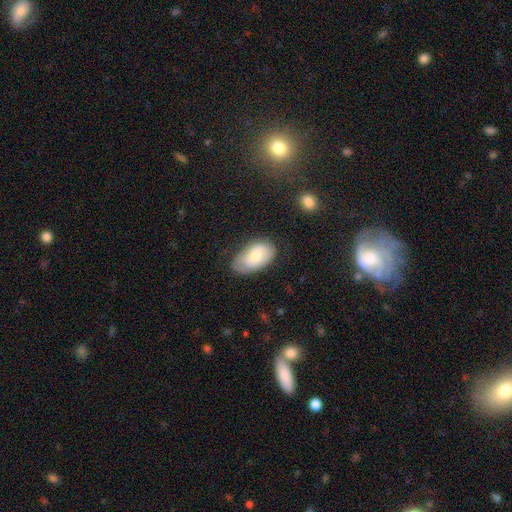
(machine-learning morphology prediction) Smooth or featured?
  - smooth: 66% *
  - featured or disk: 27%
  - star or artifact: 7%
How rounded?
  - in between: 93% *
  - round: 6%
  - cigar-shaped: 1%
Merging?
  - none: 64% *
  - minor disturbance: 27%
  - major disturbance: 7%
  - merger: 2%